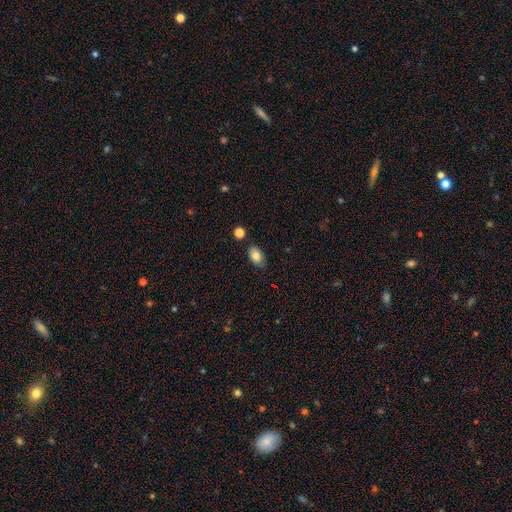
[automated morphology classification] smooth_or_featured: smooth (p=0.81) [alt: featured or disk p=0.11]
how_rounded: in between (p=0.90) [alt: round p=0.09]
merging: none (p=0.81) [alt: minor disturbance p=0.14]